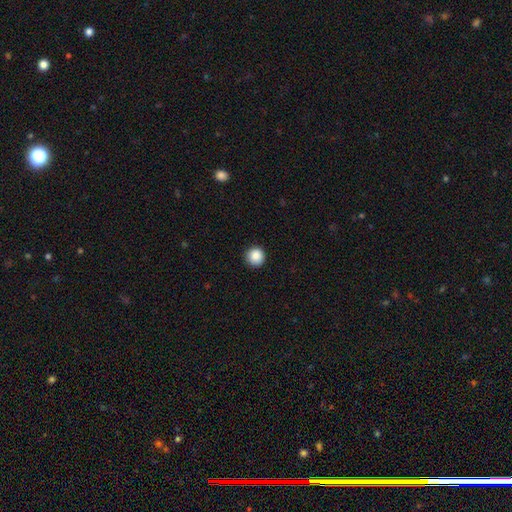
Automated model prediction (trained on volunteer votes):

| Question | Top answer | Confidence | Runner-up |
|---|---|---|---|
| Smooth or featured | smooth | 88% | star or artifact (9%) |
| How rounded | round | 95% | in between (4%) |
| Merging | none | 89% | minor disturbance (8%) |